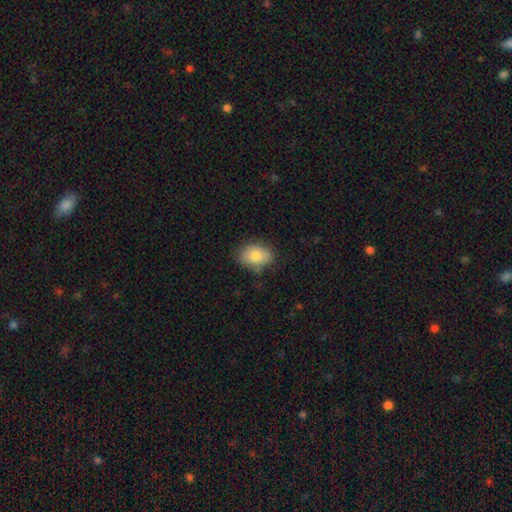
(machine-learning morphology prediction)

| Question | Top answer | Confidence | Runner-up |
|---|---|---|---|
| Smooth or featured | smooth | 79% | featured or disk (14%) |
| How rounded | in between | 82% | round (17%) |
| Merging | none | 74% | minor disturbance (20%) |